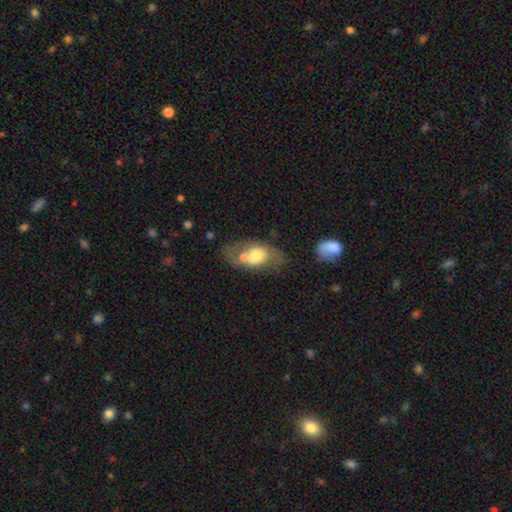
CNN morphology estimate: This is possibly a smooth galaxy (49%). Merging: marginally none (41%).